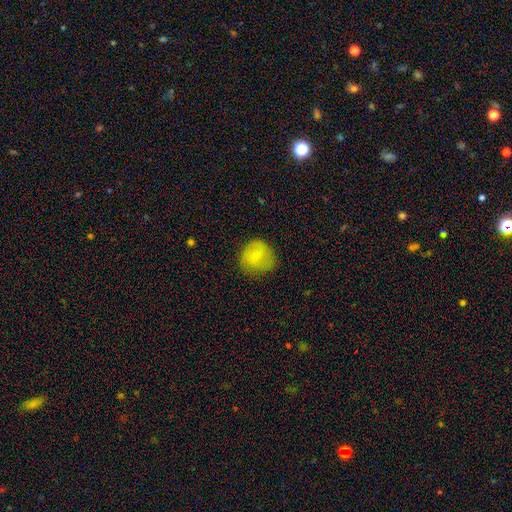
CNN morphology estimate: Q: Smooth or featured?
A: smooth (75%); runner-up: featured or disk (17%)
Q: How rounded?
A: round (84%); runner-up: in between (15%)
Q: Merging?
A: none (66%); runner-up: minor disturbance (24%)